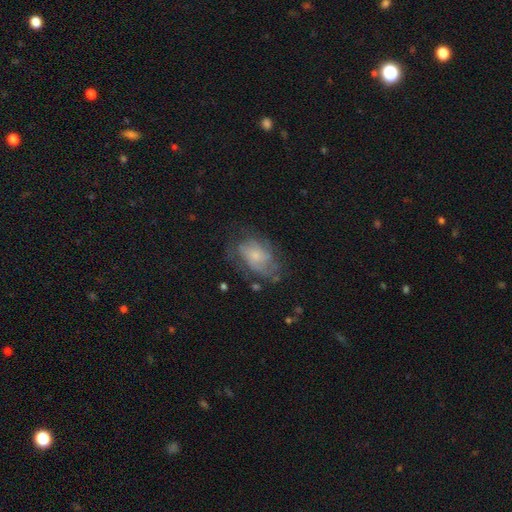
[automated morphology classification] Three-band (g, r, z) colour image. It shows a featured or disk galaxy (59%) with no bar (75%), spiral arms (76%) and a small central bulge (57%). Merging: none (54%).